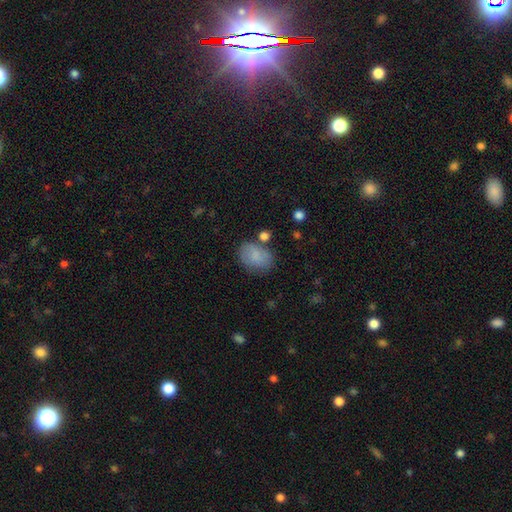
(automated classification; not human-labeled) The model was most divided on "merging": none: 64%, minor disturbance: 20%, merger: 8%, major disturbance: 7%. More confident: smooth or featured — smooth (78%); how rounded — in between (73%).